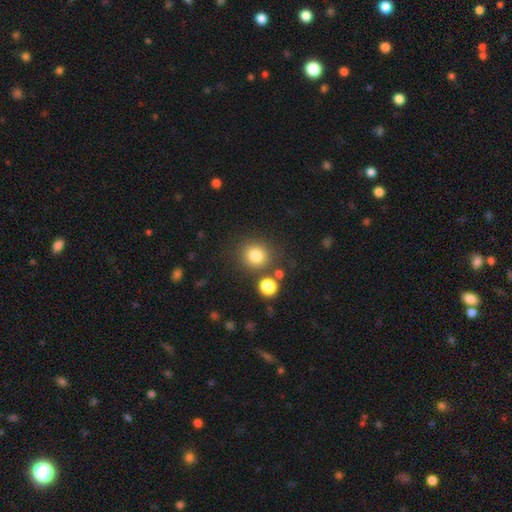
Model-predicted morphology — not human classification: A smooth galaxy with no disk features (81%) that is round (90%). Merging: none (81%).